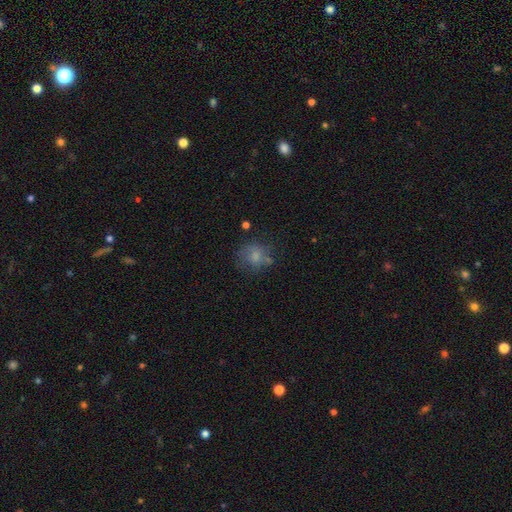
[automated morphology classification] The model was most divided on "merging": none: 55%, minor disturbance: 23%, major disturbance: 15%, merger: 7%. More confident: how rounded — round (70%); smooth or featured — smooth (65%).